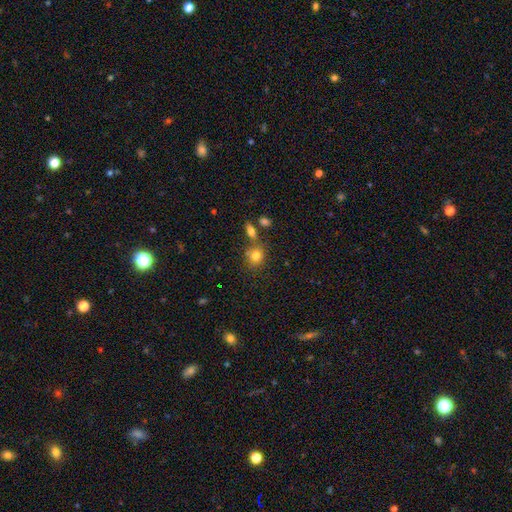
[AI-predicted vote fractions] A smooth galaxy with no disk features (78%) that is round (65%).

Vote fractions:
- Smooth or featured? smooth: 78% / star or artifact: 12% / featured or disk: 10%
- How rounded? round: 65% / in between: 33% / cigar-shaped: 2%
- Merging? none: 63% / merger: 20% / minor disturbance: 13% / major disturbance: 4%